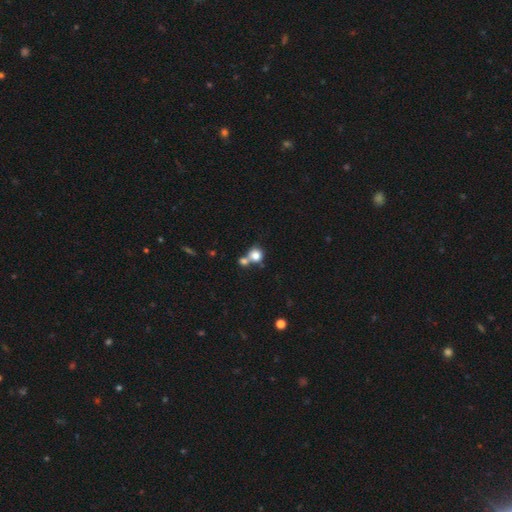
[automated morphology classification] Smooth or featured? smooth (80%)
How rounded? round (84%)
Merging? none (45%)